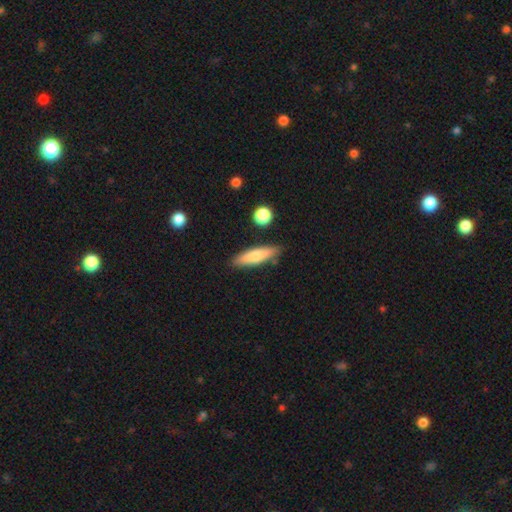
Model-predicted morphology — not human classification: Smooth or featured: smooth — 75% (featured or disk — 19%)
How rounded: cigar-shaped — 65% (in between — 32%)
Merging: none — 83% (minor disturbance — 12%)